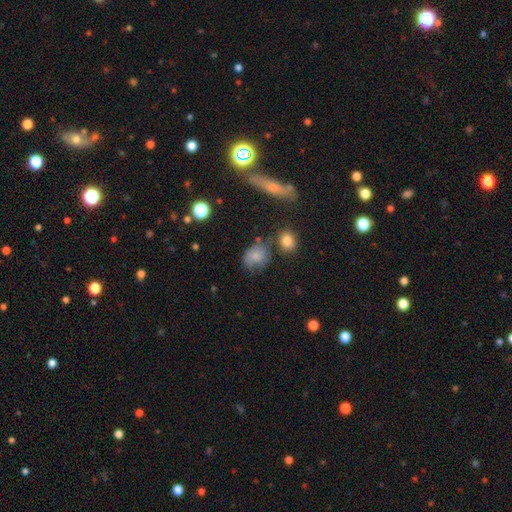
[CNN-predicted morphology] Overall: smooth (71%). How rounded: round (56%; in between 42%). Merging: none (54%; minor disturbance 26%).